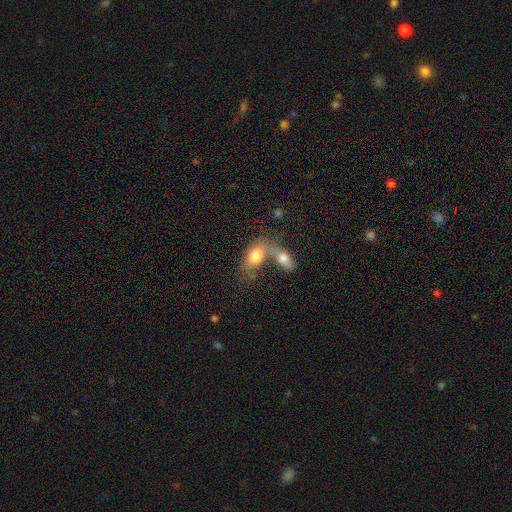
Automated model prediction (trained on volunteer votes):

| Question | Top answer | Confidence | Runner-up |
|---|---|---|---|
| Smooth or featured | smooth | 76% | featured or disk (17%) |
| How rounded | in between | 87% | round (8%) |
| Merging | merger | 67% | none (19%) |